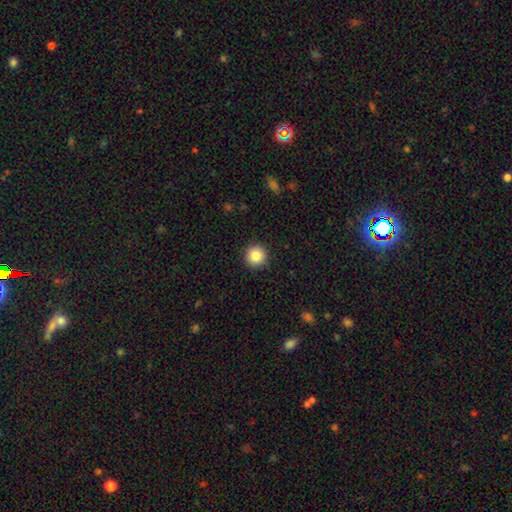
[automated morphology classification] A smooth galaxy with no disk features (85%) that is round (95%). Merging: none (92%).